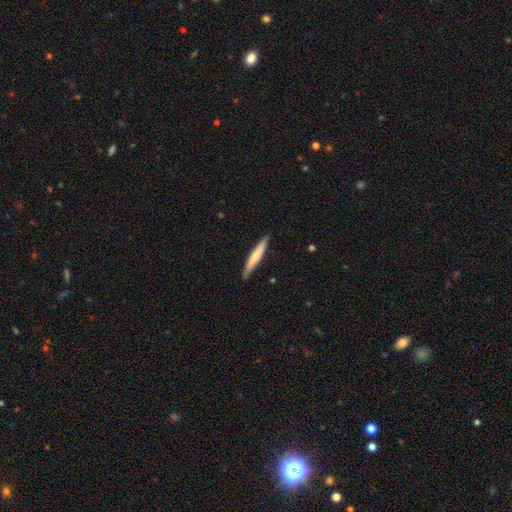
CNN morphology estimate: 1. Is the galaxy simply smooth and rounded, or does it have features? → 66% smooth, 29% featured or disk, 5% star or artifact.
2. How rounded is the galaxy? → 95% cigar-shaped, 4% in between, 1% round.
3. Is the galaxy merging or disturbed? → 87% none, 10% minor disturbance, 2% major disturbance, 1% merger.